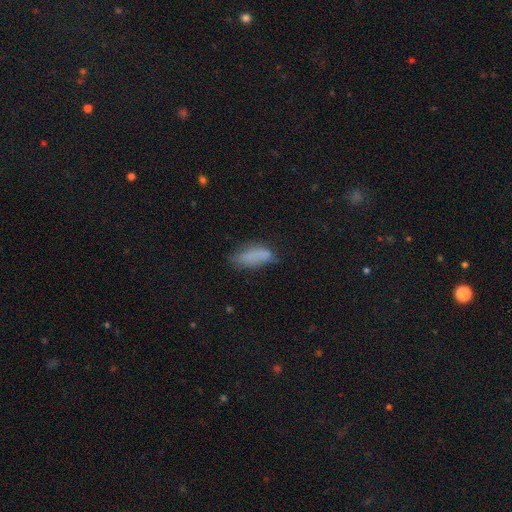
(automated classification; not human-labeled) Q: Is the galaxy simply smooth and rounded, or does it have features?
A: smooth — 78%.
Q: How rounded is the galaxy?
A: in between — 71%.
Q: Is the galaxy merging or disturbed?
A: none — 48%.